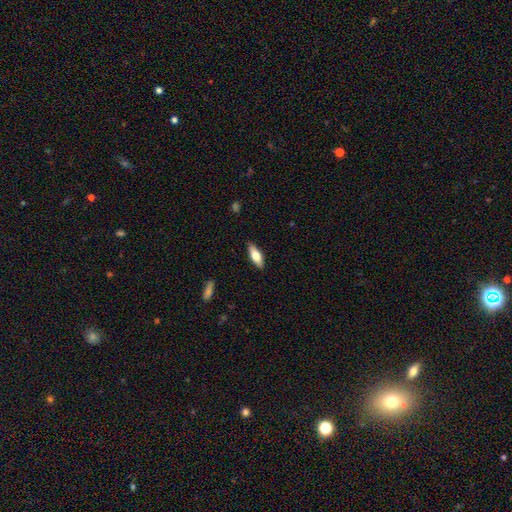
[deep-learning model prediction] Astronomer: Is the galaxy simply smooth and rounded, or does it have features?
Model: smooth — 65%.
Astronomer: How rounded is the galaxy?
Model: in between — 67%.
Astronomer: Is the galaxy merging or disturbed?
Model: none — 88%.